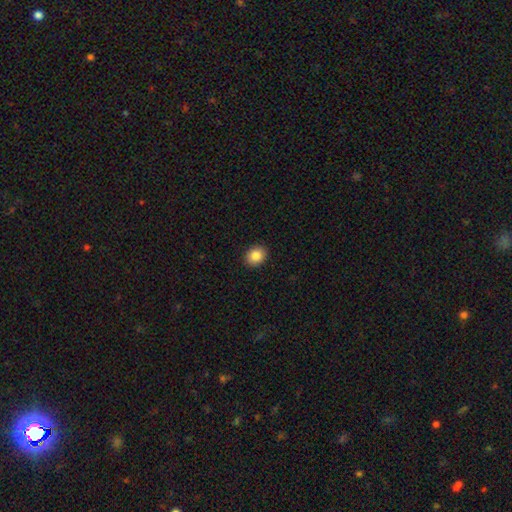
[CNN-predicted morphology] This appears to be a smooth galaxy with no disk features (86%) that is round (58%). Merging: none (91%).